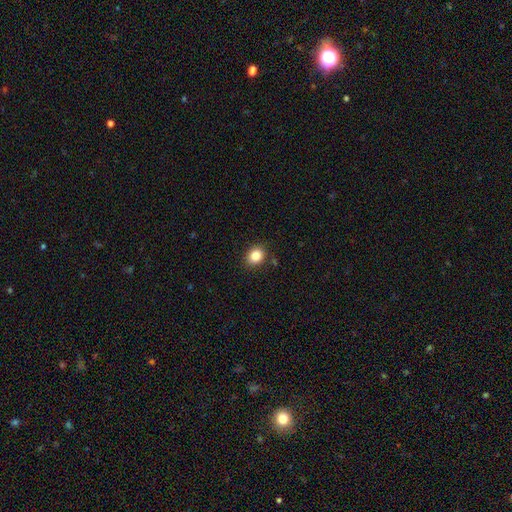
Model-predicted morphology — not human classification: smooth_or_featured: smooth (p=0.85) [alt: star or artifact p=0.10]
how_rounded: round (p=0.58) [alt: in between p=0.41]
merging: none (p=0.87) [alt: minor disturbance p=0.08]